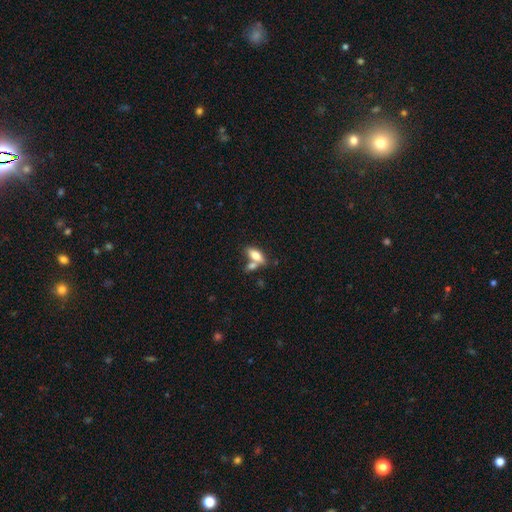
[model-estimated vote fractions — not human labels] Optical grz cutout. It shows a smooth galaxy with no disk features (73%) that is in between round and cigar-shaped (77%). Merging: none (48%).